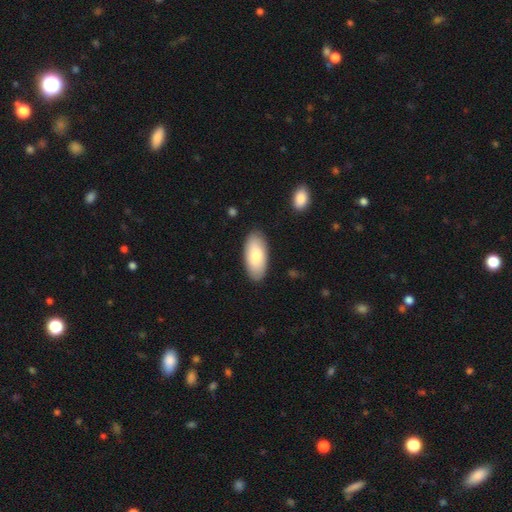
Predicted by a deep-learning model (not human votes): Smooth or featured?
  - smooth: 80% *
  - featured or disk: 15%
  - star or artifact: 5%
How rounded?
  - in between: 91% *
  - cigar-shaped: 7%
  - round: 2%
Merging?
  - none: 87% *
  - minor disturbance: 9%
  - major disturbance: 2%
  - merger: 1%